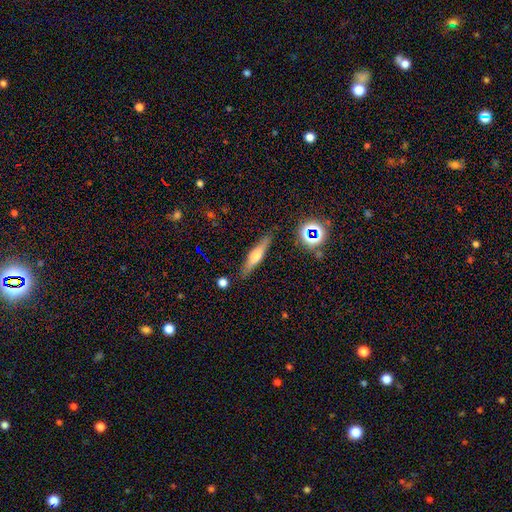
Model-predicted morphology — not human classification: This appears to be a featured or disk galaxy (52%) viewed edge-on (94%). Merging: none (86%).